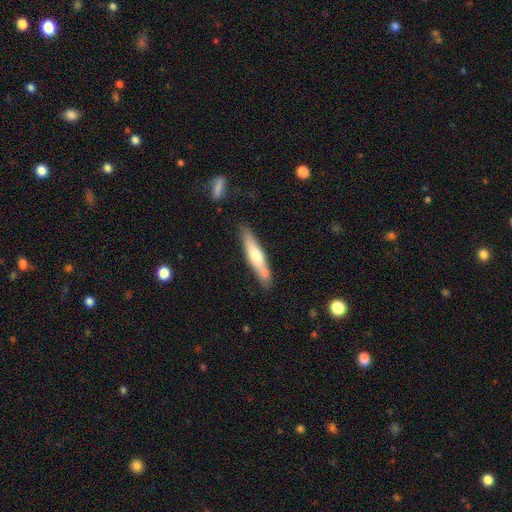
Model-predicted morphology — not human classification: type=smooth (57%); roundness=cigar-shaped (85%); merging=none (72%).